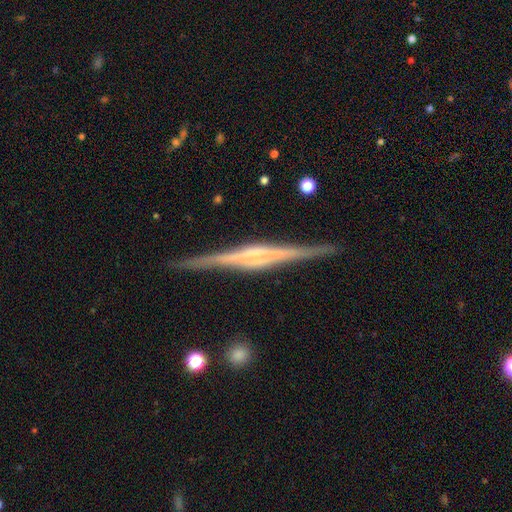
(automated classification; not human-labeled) This appears to be a featured or disk galaxy (88%) viewed edge-on (98%) with a boxy central bulge (50%). Merging: none (90%).